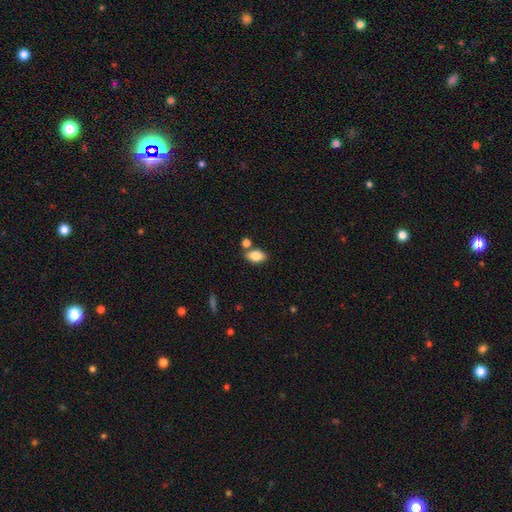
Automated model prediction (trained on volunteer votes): Smooth or featured?
  - smooth: 83% *
  - featured or disk: 9%
  - star or artifact: 8%
How rounded?
  - in between: 89% *
  - round: 9%
  - cigar-shaped: 2%
Merging?
  - none: 69% *
  - merger: 17%
  - minor disturbance: 12%
  - major disturbance: 3%